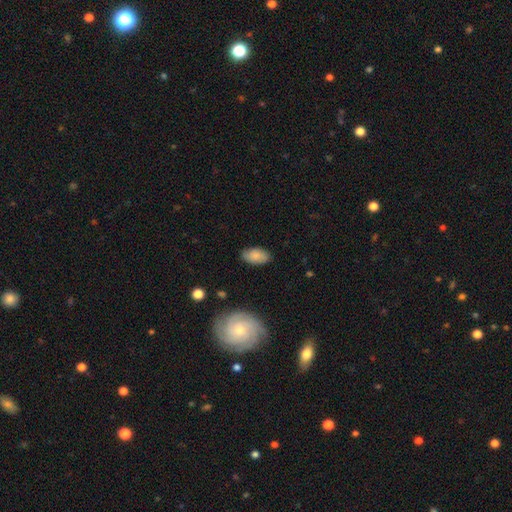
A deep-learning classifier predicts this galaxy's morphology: A smooth galaxy with no disk features (81%) that is in between round and cigar-shaped (94%).

Vote fractions:
- Smooth or featured? smooth: 81% / featured or disk: 12% / star or artifact: 7%
- How rounded? in between: 94% / round: 4% / cigar-shaped: 2%
- Merging? none: 83% / minor disturbance: 13% / major disturbance: 3% / merger: 1%